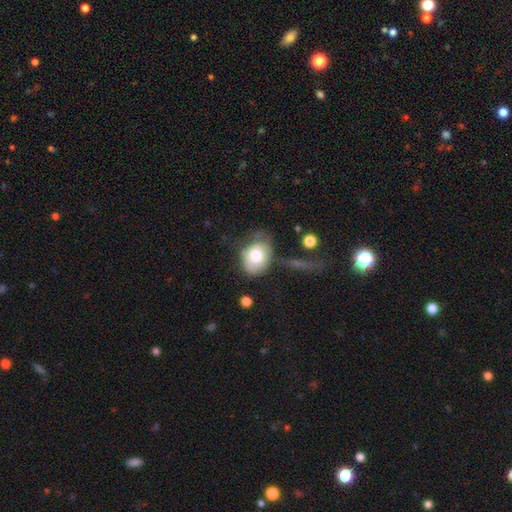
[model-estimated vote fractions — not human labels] The model was most divided on "merging": none: 46%, minor disturbance: 29%, major disturbance: 18%, merger: 7%. More confident: smooth or featured — smooth (72%); how rounded — in between (64%).